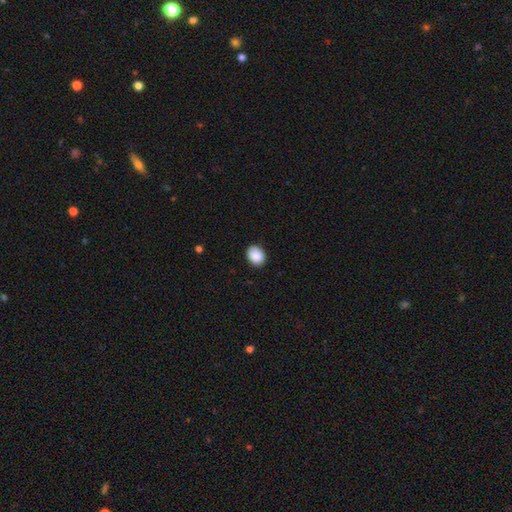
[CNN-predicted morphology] type=smooth (89%); roundness=in between (58%); merging=none (86%).